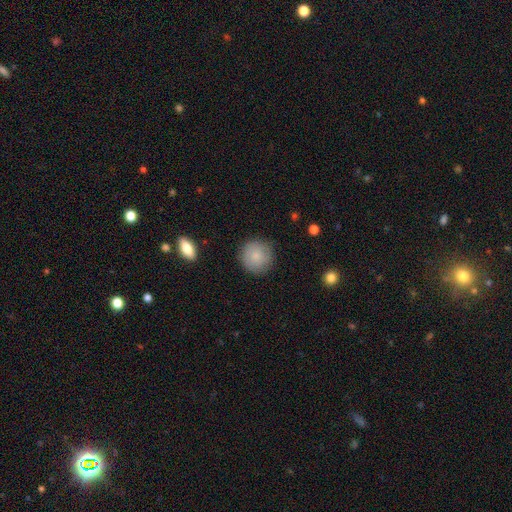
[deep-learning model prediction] Q: Smooth or featured?
A: smooth (84%); runner-up: featured or disk (9%)
Q: How rounded?
A: round (94%); runner-up: in between (5%)
Q: Merging?
A: none (86%); runner-up: minor disturbance (10%)